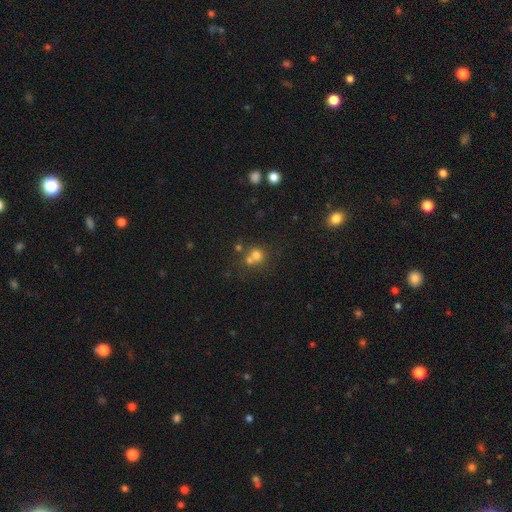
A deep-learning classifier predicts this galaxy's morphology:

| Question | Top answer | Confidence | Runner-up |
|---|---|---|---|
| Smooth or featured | smooth | 69% | star or artifact (18%) |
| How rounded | round | 85% | in between (14%) |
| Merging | merger | 45% | tied: none (45%) |